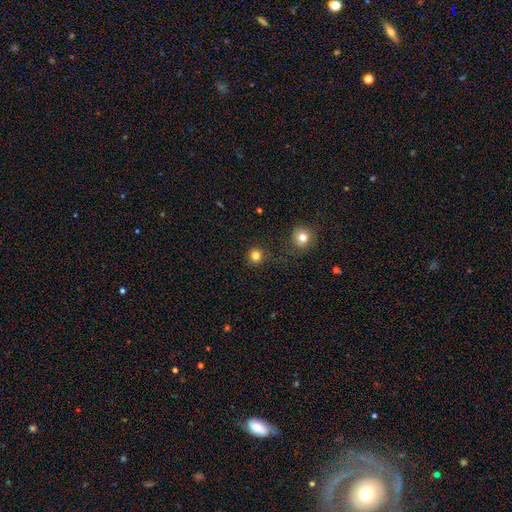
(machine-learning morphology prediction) Smooth or featured? Predicted: smooth (p=0.81). How rounded? Predicted: round (p=0.94). Merging? Predicted: none (p=0.88).